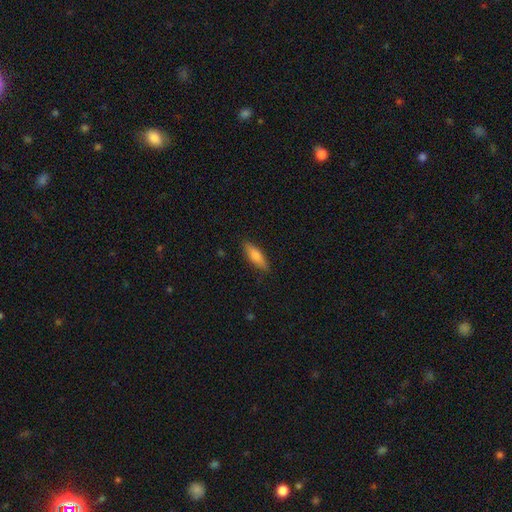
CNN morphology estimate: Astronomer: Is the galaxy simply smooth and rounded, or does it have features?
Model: smooth — 76%.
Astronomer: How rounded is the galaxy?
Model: in between — 49% (runner-up: cigar-shaped, 48%).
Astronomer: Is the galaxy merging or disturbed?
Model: none — 85%.